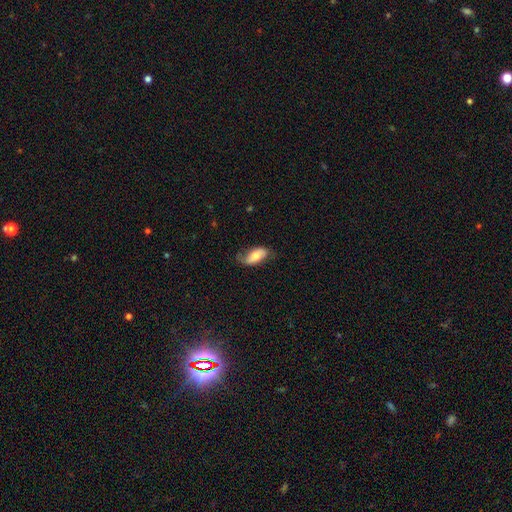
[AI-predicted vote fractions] The model was most divided on "smooth or featured": smooth: 60%, featured or disk: 34%, star or artifact: 7%. More confident: how rounded — in between (90%); merging — none (56%).